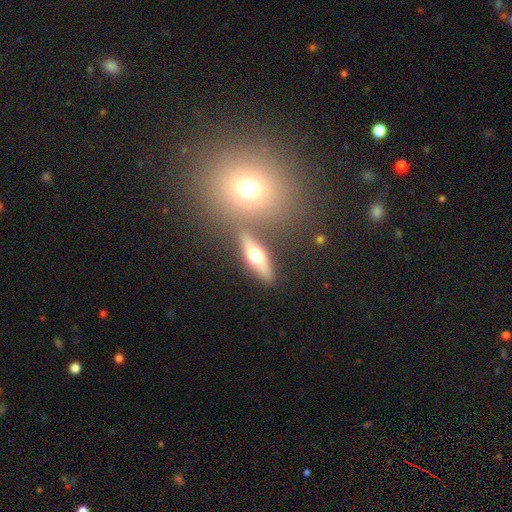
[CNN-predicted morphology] This appears to be a featured or disk galaxy (48%). Merging: none (77%).